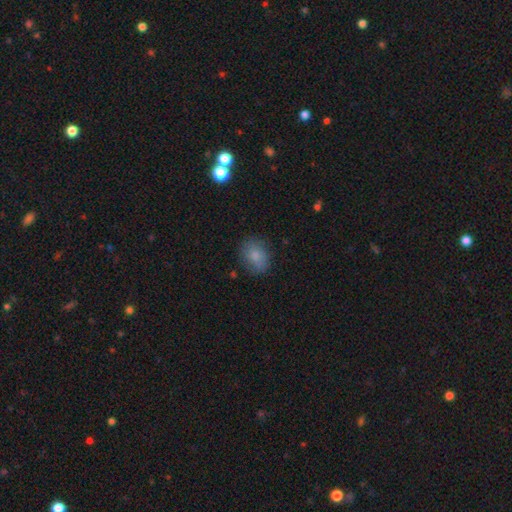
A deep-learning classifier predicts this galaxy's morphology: smooth-or-featured: smooth: 81% | featured or disk: 10% | star or artifact: 9%
  how-rounded: in between: 54% | round: 45% | cigar-shaped: 1%
  merging: none: 75% | minor disturbance: 18% | major disturbance: 5% | merger: 2%